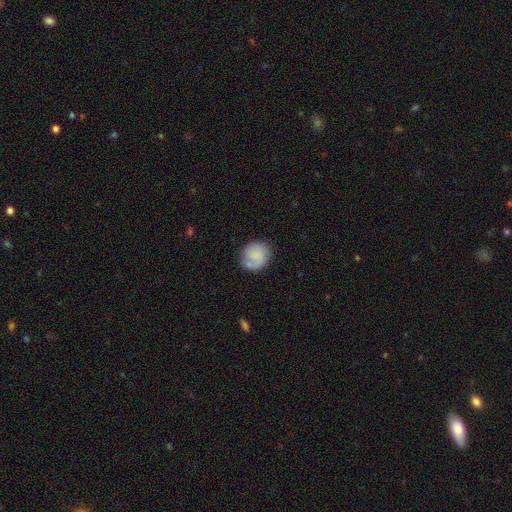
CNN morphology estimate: Smooth or featured?
  - smooth: 70% *
  - featured or disk: 22%
  - star or artifact: 7%
How rounded?
  - round: 76% *
  - in between: 23%
  - cigar-shaped: 1%
Merging?
  - none: 65% *
  - minor disturbance: 22%
  - major disturbance: 10%
  - merger: 3%